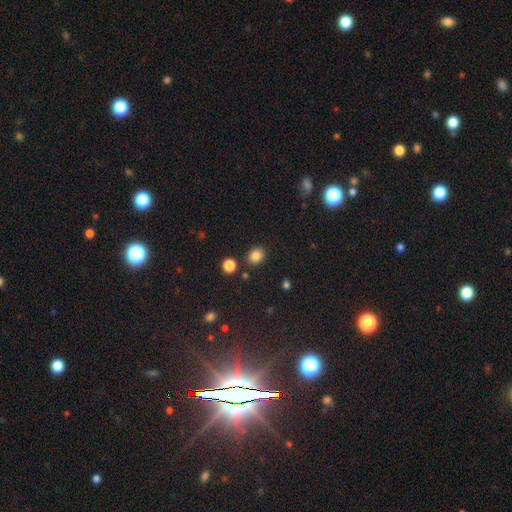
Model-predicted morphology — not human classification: The model was most divided on "how rounded": round: 61%, in between: 38%, cigar-shaped: 1%. More confident: smooth or featured — smooth (85%); merging — none (84%).